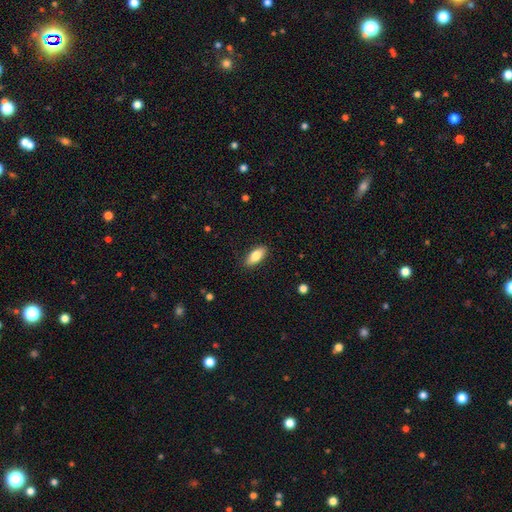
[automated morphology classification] Overall: smooth (82%). How rounded: in between (82%). Merging: none (87%).